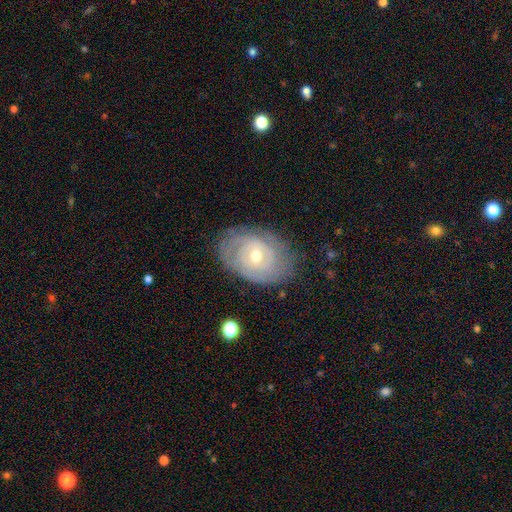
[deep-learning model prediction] Smooth or featured? featured or disk (78%)
Edge-on disk? no (96%)
Bar? no (70%)
Spiral arms? yes (85%)
Spiral winding? tight (77%)
Spiral arm count? can't tell (46%)
Bulge size? moderate (55%)
Merging? none (77%)